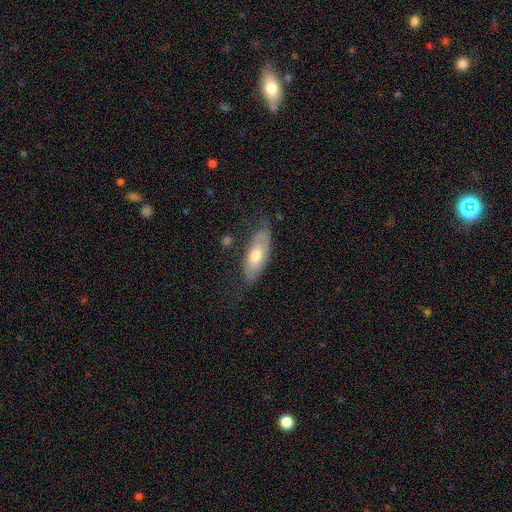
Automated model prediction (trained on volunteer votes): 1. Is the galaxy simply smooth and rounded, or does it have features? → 54% smooth, 40% featured or disk, 6% star or artifact.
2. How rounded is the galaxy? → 76% in between, 21% cigar-shaped, 3% round.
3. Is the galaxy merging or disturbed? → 63% none, 26% minor disturbance, 9% major disturbance, 2% merger.